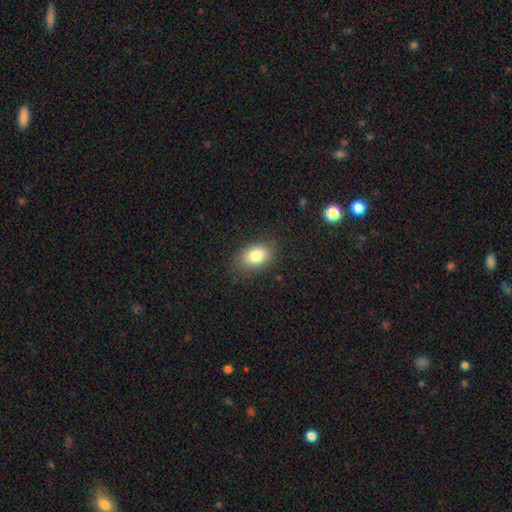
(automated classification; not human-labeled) Smooth or featured? smooth (81%)
How rounded? in between (82%)
Merging? none (82%)